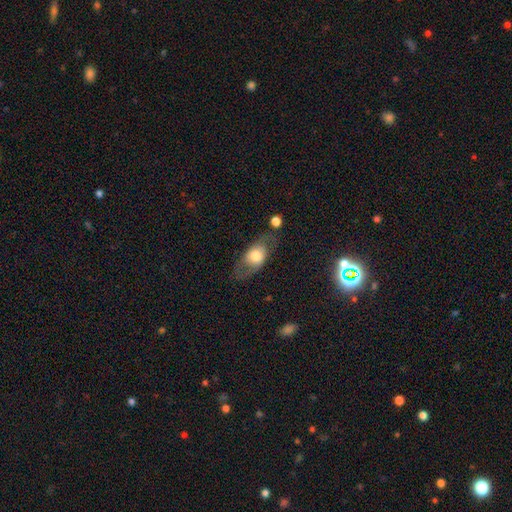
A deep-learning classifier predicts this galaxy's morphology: Q: Smooth or featured?
A: smooth (53%); runner-up: featured or disk (40%)
Q: How rounded?
A: in between (77%); runner-up: round (17%)
Q: Merging?
A: none (69%); runner-up: minor disturbance (18%)